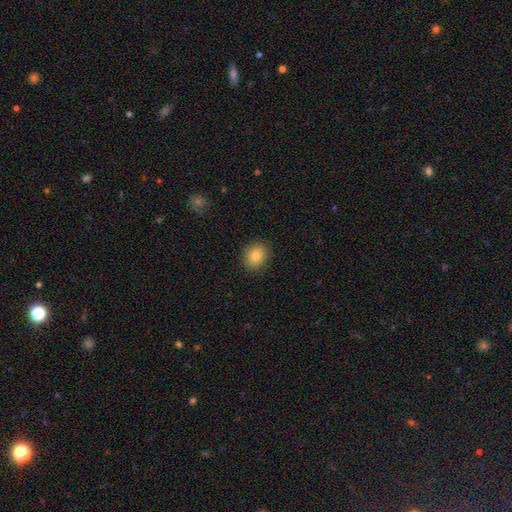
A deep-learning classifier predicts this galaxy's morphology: A smooth galaxy with no disk features (82%) that is round (61%). Merging: none (89%).